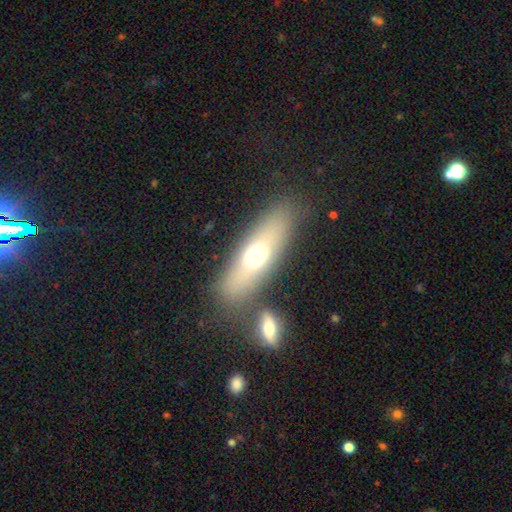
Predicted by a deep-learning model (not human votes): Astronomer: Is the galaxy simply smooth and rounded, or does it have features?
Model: smooth — 60%.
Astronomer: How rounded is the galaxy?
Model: in between — 54% (runner-up: cigar-shaped, 42%).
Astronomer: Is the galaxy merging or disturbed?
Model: none — 73%.